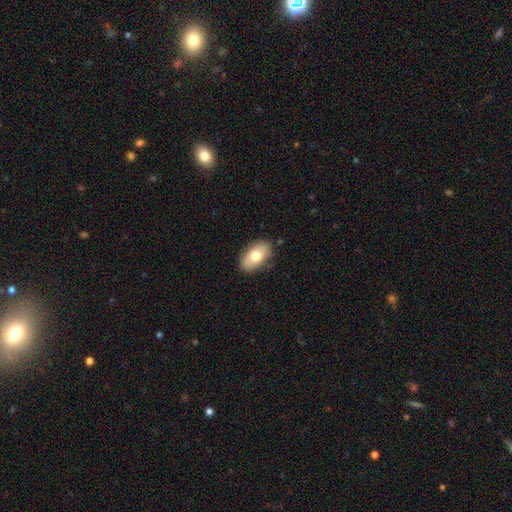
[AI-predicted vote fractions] Q: Smooth or featured?
A: smooth (73%); runner-up: featured or disk (20%)
Q: How rounded?
A: in between (92%); runner-up: round (6%)
Q: Merging?
A: none (84%); runner-up: minor disturbance (12%)